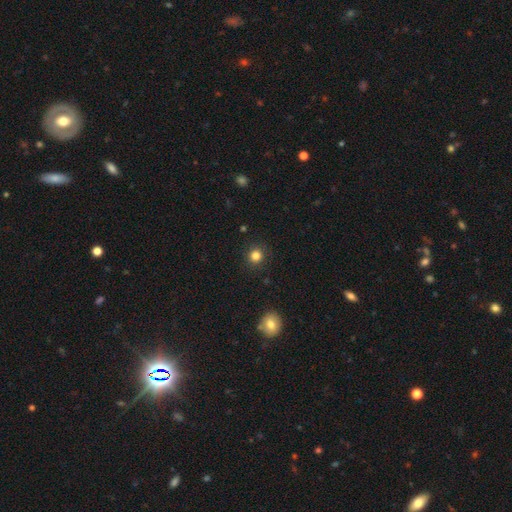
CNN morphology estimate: Overall: smooth (83%). How rounded: round (91%). Merging: none (90%).